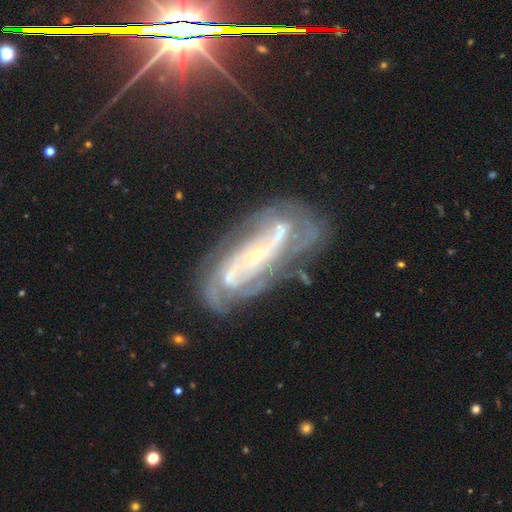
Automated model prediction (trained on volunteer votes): featured or disk 84%, star or artifact 9%, smooth 7%. Down the decision tree: edge-on disk — no (90%); bar — no (54%); spiral arms — yes (92%); spiral arm count — 2 (35%); spiral winding — tight (58%); bulge size — small (80%); merging — none (58%).